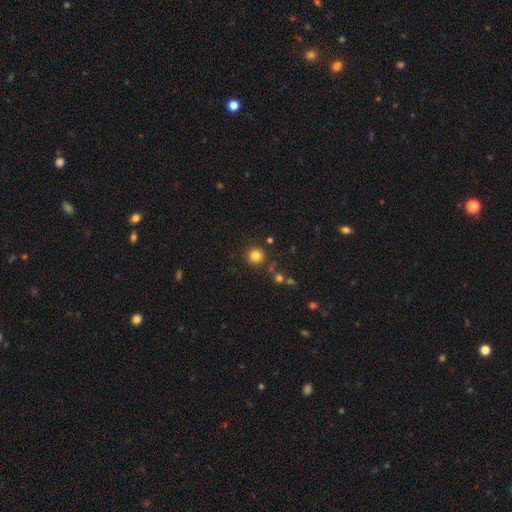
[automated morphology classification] A smooth galaxy with no disk features (82%) that is round (94%). Merging: none (86%).